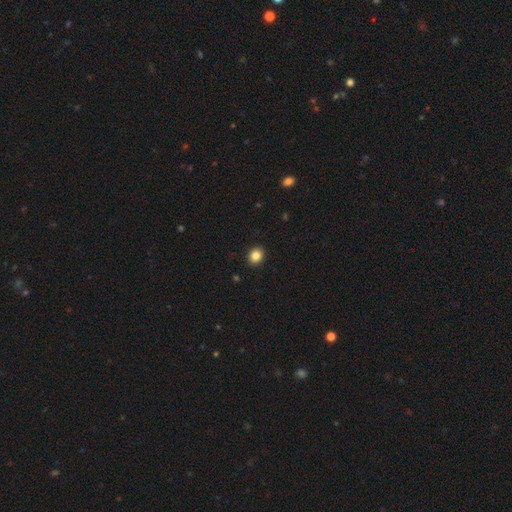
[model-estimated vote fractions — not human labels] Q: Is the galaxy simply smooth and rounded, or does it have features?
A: smooth — 85%.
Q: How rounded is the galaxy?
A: round — 66%.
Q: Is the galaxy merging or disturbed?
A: none — 92%.